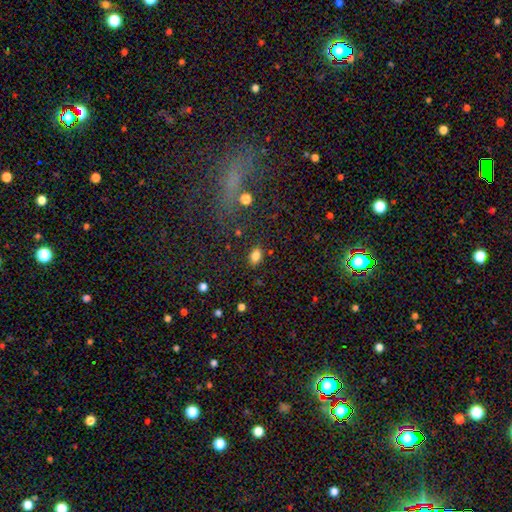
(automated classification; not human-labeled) Smooth or featured? Predicted: smooth (p=0.83). How rounded? Predicted: in between (p=0.85). Merging? Predicted: none (p=0.84).